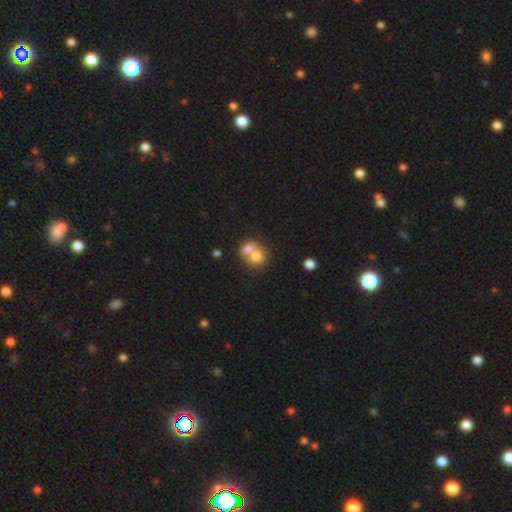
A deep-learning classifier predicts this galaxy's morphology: Smooth or featured? smooth (72%)
How rounded? round (68%)
Merging? merger (69%)